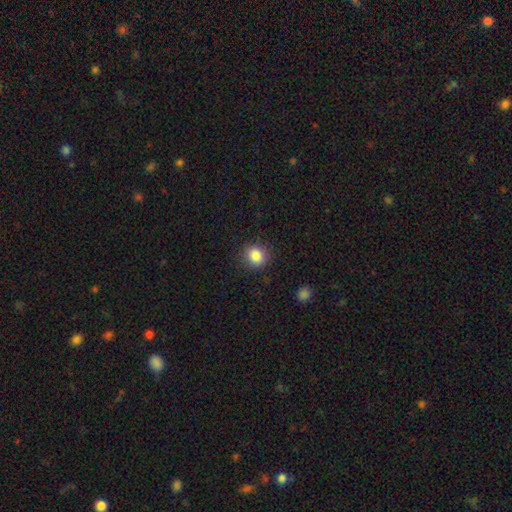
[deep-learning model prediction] A smooth galaxy with no disk features (86%) that is round (81%).

Vote fractions:
- Smooth or featured? smooth: 86% / star or artifact: 10% / featured or disk: 4%
- How rounded? round: 81% / in between: 18% / cigar-shaped: 1%
- Merging? none: 87% / minor disturbance: 9% / major disturbance: 3% / merger: 1%